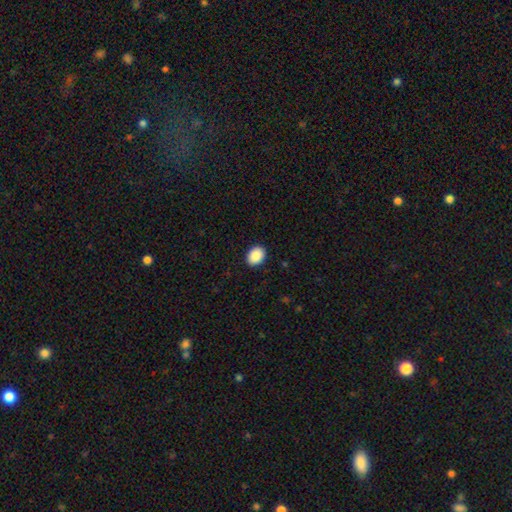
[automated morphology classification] A smooth galaxy with no disk features (89%) that is in between round and cigar-shaped (61%). Merging: none (90%).